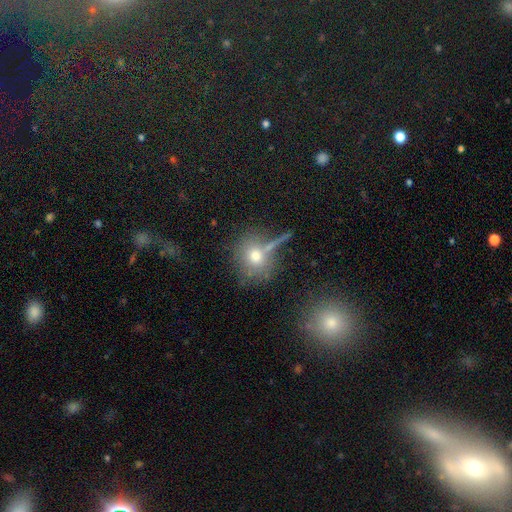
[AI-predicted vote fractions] Q: Smooth or featured?
A: smooth (70%); runner-up: featured or disk (17%)
Q: How rounded?
A: round (78%); runner-up: in between (20%)
Q: Merging?
A: none (59%); runner-up: merger (16%)